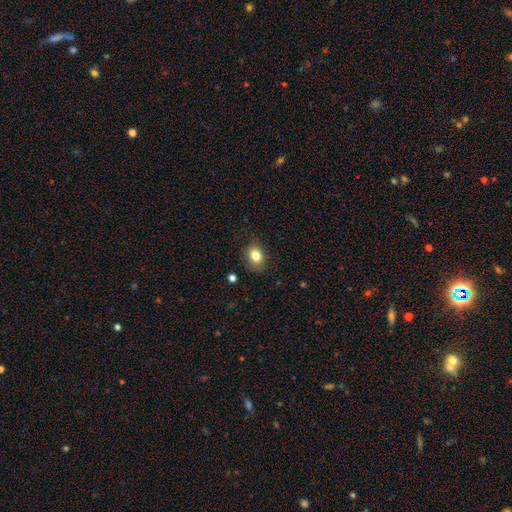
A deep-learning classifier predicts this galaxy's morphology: smooth 82%, star or artifact 10%, featured or disk 8%. Down the decision tree: how rounded — in between (65%); merging — none (80%).